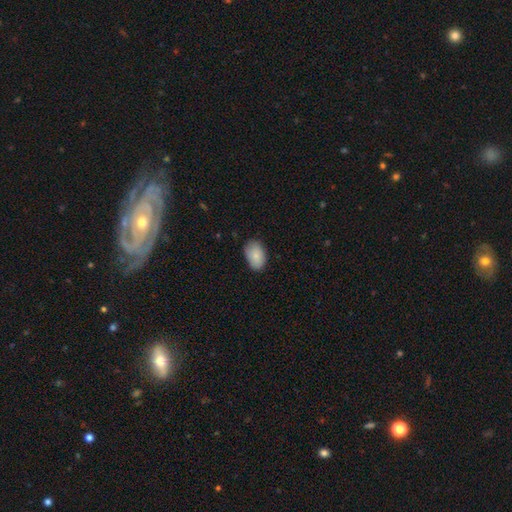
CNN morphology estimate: This is clearly a smooth galaxy (87%). How rounded: clearly in between (90%). Merging: clearly none (80%).